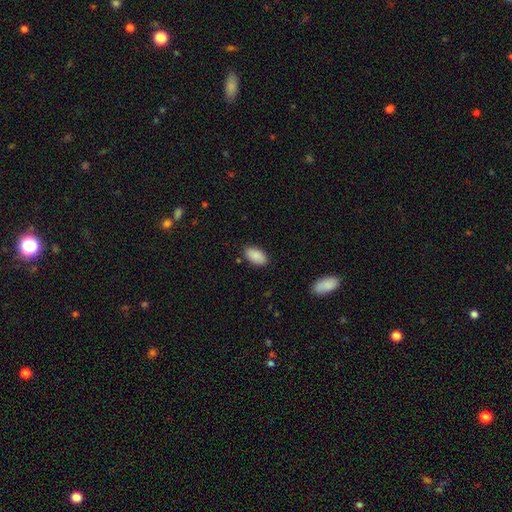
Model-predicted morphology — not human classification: A smooth galaxy with no disk features (88%) that is in between round and cigar-shaped (95%). Merging: none (84%).